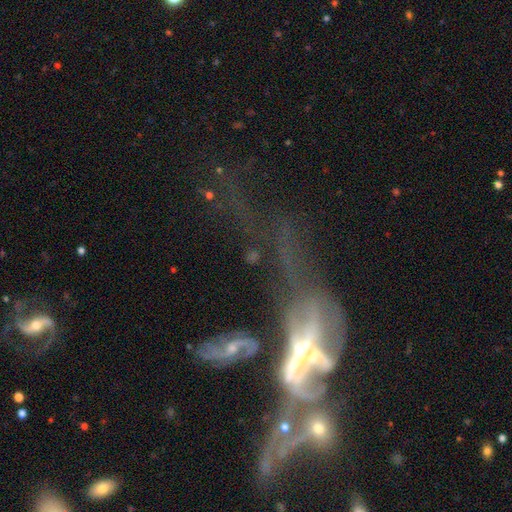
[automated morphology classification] Overall: featured or disk (59%; star or artifact 22%). Edge-on disk: no (72%). Merging: merger (46%; major disturbance 32%).